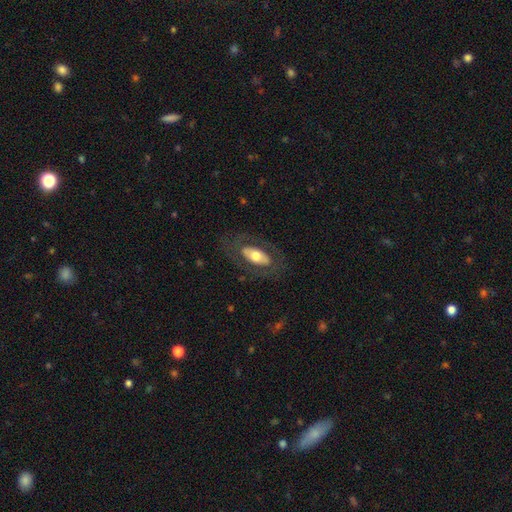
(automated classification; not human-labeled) The model was most divided on "smooth or featured": smooth: 48%, featured or disk: 47%, star or artifact: 6%. More confident: merging — none (75%).